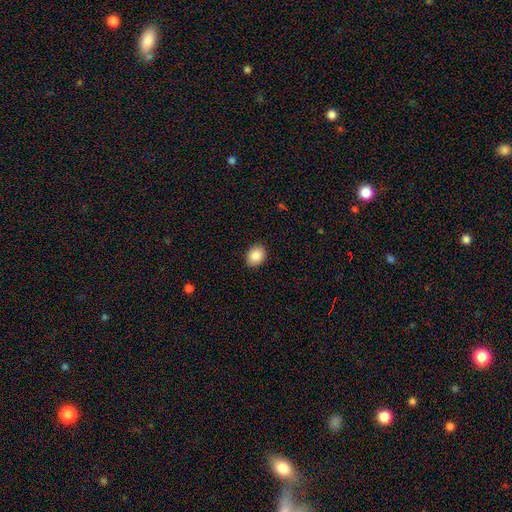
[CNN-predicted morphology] smooth-or-featured: smooth: 88% | star or artifact: 8% | featured or disk: 4%
  how-rounded: in between: 59% | round: 40% | cigar-shaped: 1%
  merging: none: 90% | minor disturbance: 8% | major disturbance: 2% | merger: 1%